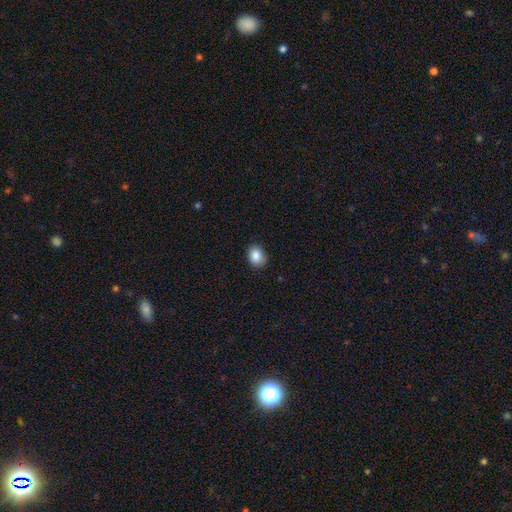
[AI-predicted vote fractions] Smooth or featured? Predicted: smooth (p=0.87). How rounded? Predicted: in between (p=0.54). Merging? Predicted: none (p=0.81).